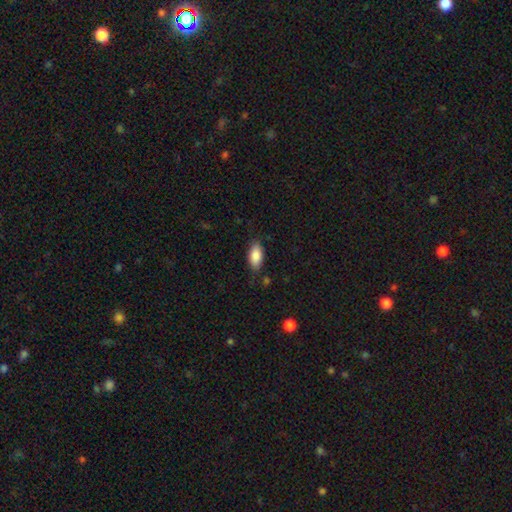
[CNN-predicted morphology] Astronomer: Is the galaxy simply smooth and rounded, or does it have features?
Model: smooth — 85%.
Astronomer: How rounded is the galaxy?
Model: in between — 91%.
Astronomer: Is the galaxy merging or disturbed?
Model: none — 80%.